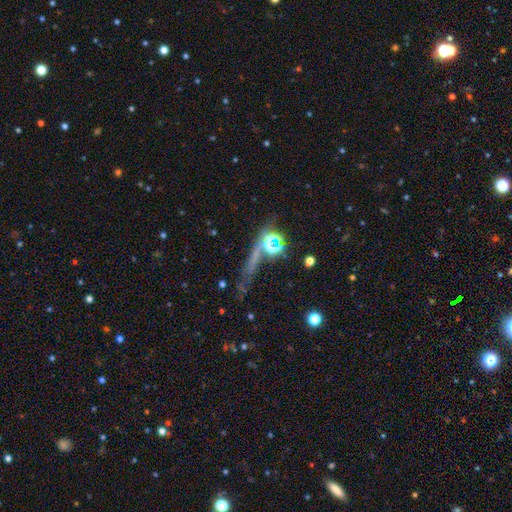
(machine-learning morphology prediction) type=star or artifact (49%).